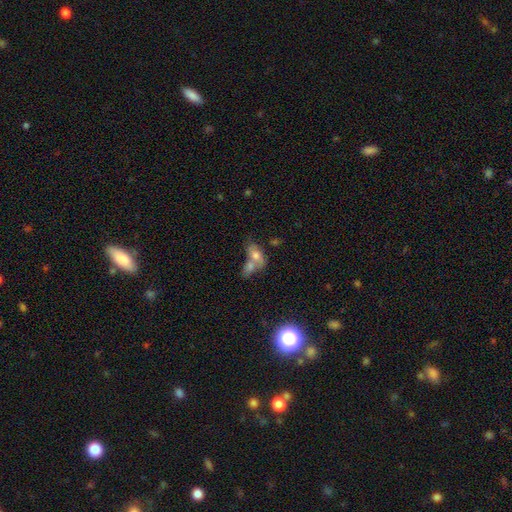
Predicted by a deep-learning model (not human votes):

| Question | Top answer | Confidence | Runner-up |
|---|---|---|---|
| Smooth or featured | smooth | 65% | featured or disk (26%) |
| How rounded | in between | 83% | round (12%) |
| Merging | merger | 66% | none (20%) |